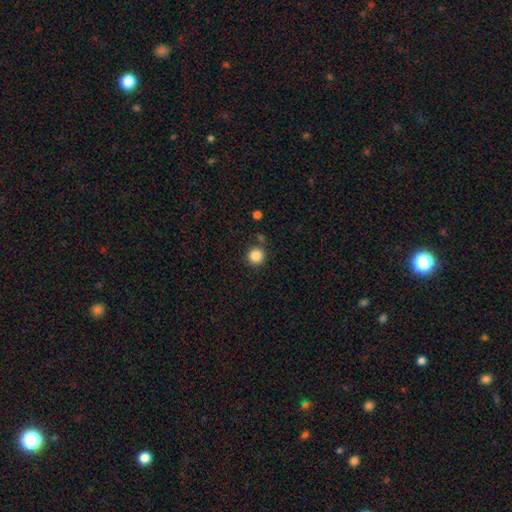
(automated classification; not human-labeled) smooth 86%, star or artifact 11%, featured or disk 4%. Down the decision tree: how rounded — round (94%); merging — none (84%).